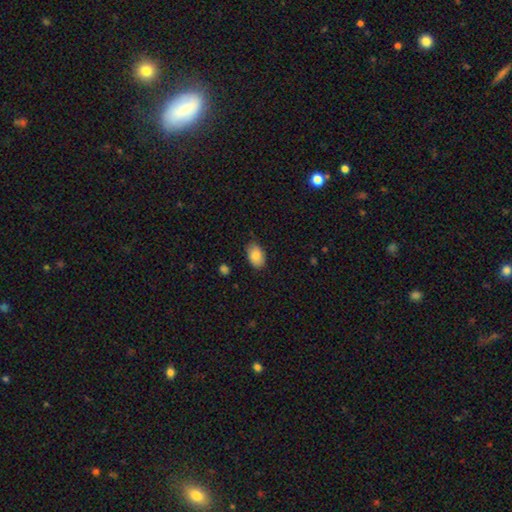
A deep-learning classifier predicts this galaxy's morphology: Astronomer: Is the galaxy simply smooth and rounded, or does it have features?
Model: smooth — 85%.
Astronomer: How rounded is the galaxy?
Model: in between — 90%.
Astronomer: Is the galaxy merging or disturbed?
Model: none — 81%.